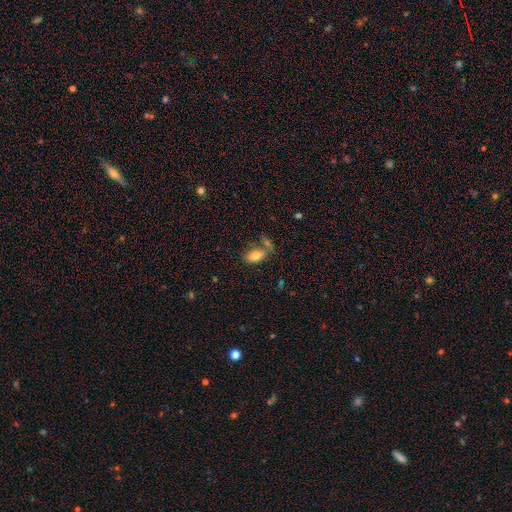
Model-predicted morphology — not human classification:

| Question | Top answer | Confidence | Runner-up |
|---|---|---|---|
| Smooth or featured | smooth | 78% | featured or disk (14%) |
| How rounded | in between | 90% | cigar-shaped (5%) |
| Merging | none | 53% | merger (25%) |